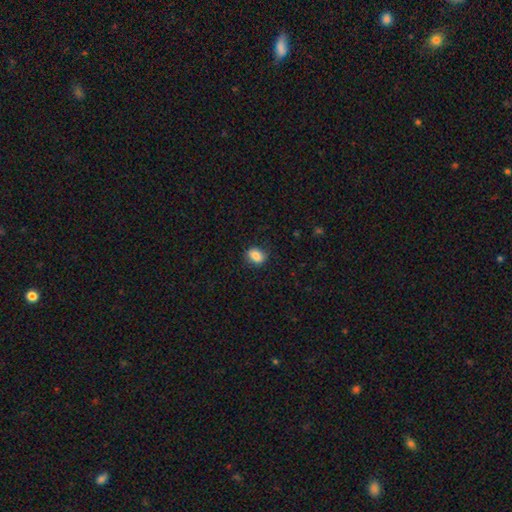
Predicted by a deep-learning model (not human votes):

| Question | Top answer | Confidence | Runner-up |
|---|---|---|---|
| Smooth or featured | smooth | 85% | star or artifact (9%) |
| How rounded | in between | 66% | round (33%) |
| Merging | none | 84% | minor disturbance (12%) |